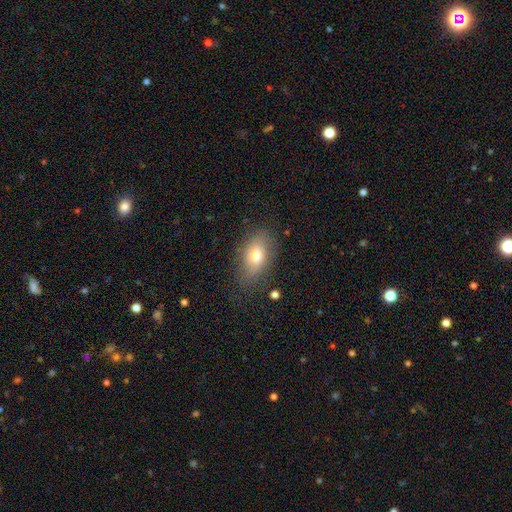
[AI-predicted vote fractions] The model was most divided on "smooth or featured": smooth: 74%, featured or disk: 18%, star or artifact: 9%. More confident: how rounded — in between (87%); merging — none (76%).